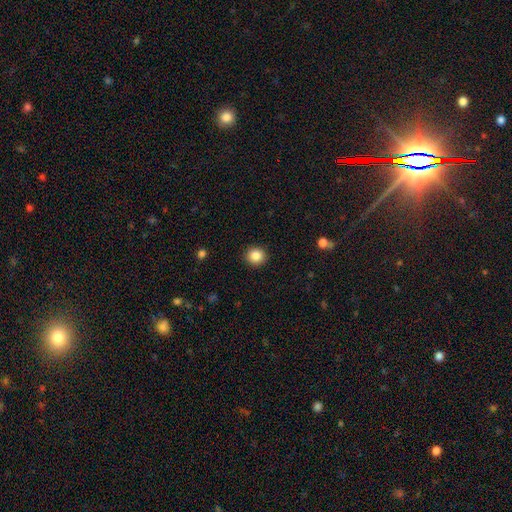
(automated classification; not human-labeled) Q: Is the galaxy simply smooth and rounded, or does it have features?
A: smooth — 86%.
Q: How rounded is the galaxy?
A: round — 89%.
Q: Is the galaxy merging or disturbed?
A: none — 92%.